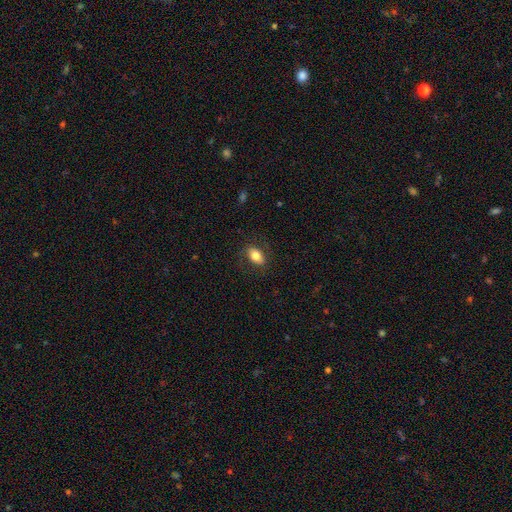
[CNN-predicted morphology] Smooth or featured? smooth (77%)
How rounded? in between (88%)
Merging? none (79%)